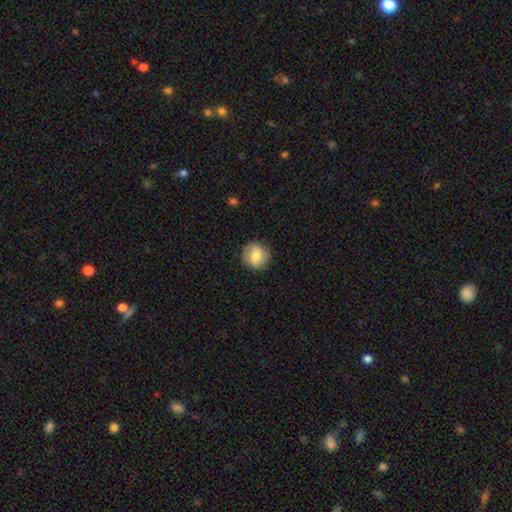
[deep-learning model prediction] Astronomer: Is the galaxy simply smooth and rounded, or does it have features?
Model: smooth — 73%.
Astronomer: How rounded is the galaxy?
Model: round — 91%.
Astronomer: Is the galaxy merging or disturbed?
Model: none — 88%.